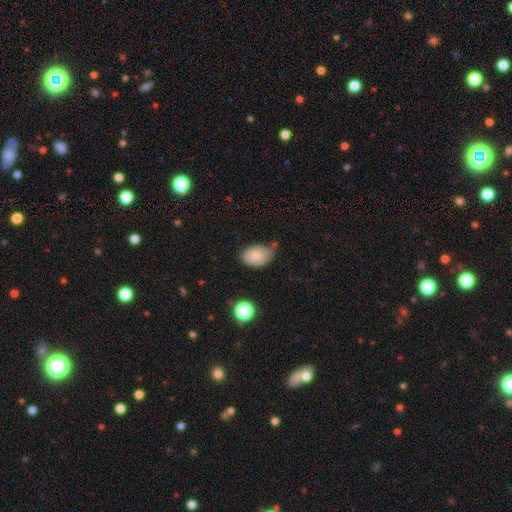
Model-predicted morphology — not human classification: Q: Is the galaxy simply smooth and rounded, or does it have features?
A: smooth — 80%.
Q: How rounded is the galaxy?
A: in between — 88%.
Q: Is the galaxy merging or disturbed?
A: none — 63%.